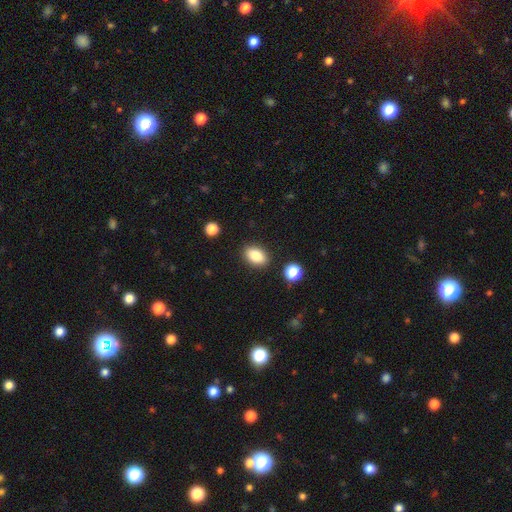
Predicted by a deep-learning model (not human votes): Smooth or featured: smooth — 85% (star or artifact — 8%)
How rounded: in between — 86% (round — 12%)
Merging: none — 86% (minor disturbance — 8%)